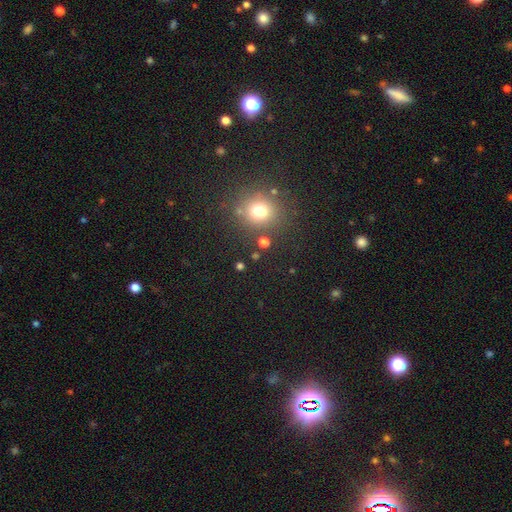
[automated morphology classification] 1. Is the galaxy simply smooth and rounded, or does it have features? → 61% smooth, 31% star or artifact, 8% featured or disk.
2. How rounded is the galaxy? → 85% round, 13% in between, 1% cigar-shaped.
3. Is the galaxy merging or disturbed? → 83% none, 8% minor disturbance, 5% merger, 3% major disturbance.